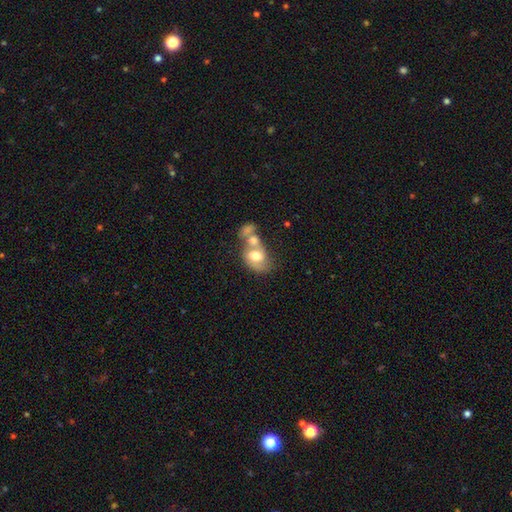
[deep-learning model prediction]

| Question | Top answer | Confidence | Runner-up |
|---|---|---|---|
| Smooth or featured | smooth | 57% | featured or disk (35%) |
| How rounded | in between | 70% | round (28%) |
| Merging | merger | 66% | none (16%) |